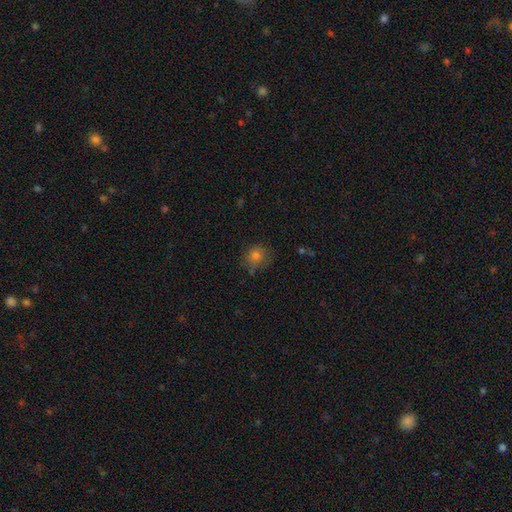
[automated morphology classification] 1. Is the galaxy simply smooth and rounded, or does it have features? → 75% smooth, 15% star or artifact, 10% featured or disk.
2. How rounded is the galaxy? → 77% round, 22% in between, 1% cigar-shaped.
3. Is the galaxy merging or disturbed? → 68% none, 22% minor disturbance, 7% major disturbance, 3% merger.